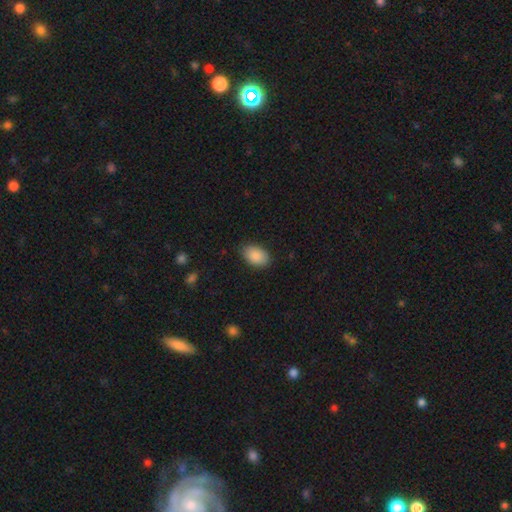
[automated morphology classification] Smooth or featured: smooth — 89% (star or artifact — 7%)
How rounded: in between — 90% (round — 9%)
Merging: none — 84% (minor disturbance — 12%)